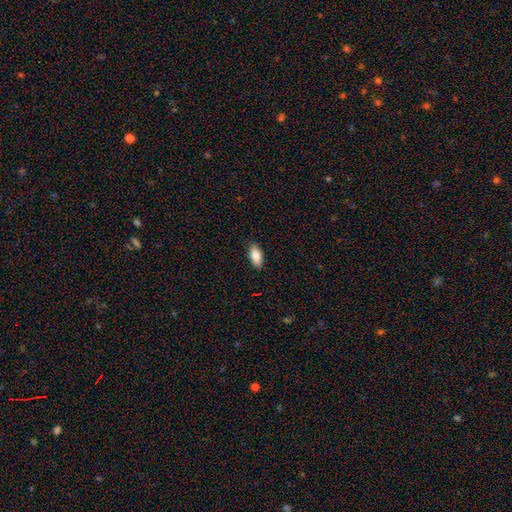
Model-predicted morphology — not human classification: Smooth or featured?
  - smooth: 85% *
  - featured or disk: 8%
  - star or artifact: 7%
How rounded?
  - in between: 89% *
  - cigar-shaped: 9%
  - round: 2%
Merging?
  - none: 88% *
  - minor disturbance: 9%
  - major disturbance: 2%
  - merger: 1%